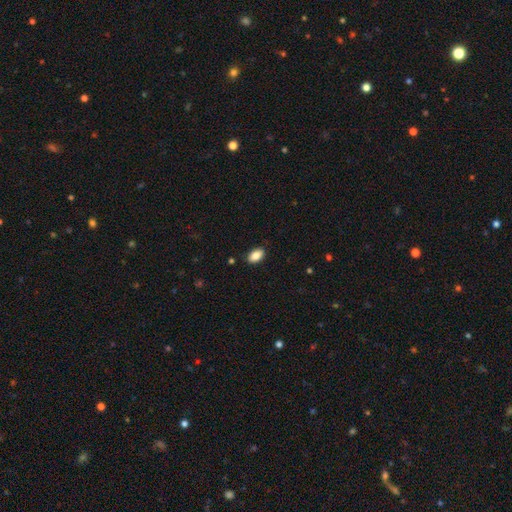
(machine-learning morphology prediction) Smooth or featured: smooth — 87% (star or artifact — 7%)
How rounded: in between — 93% (round — 5%)
Merging: none — 88% (minor disturbance — 9%)